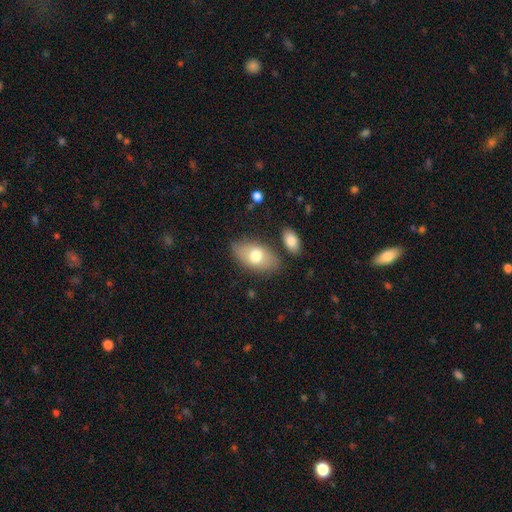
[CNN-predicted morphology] Q: Smooth or featured?
A: smooth (71%); runner-up: featured or disk (22%)
Q: How rounded?
A: in between (92%); runner-up: round (6%)
Q: Merging?
A: none (76%); runner-up: minor disturbance (14%)